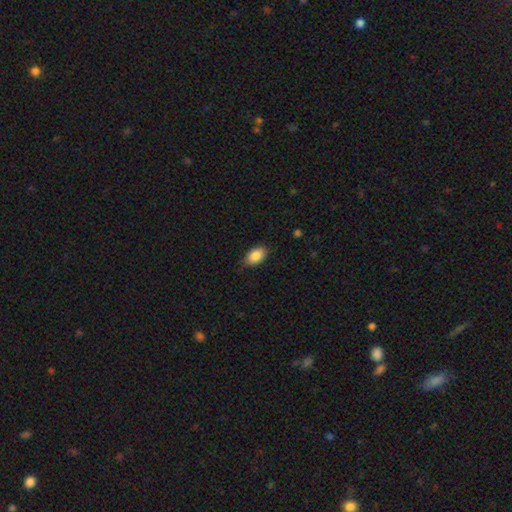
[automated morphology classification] smooth-or-featured: smooth: 87% | star or artifact: 7% | featured or disk: 6%
  how-rounded: in between: 92% | round: 6% | cigar-shaped: 2%
  merging: none: 81% | minor disturbance: 15% | major disturbance: 3% | merger: 1%